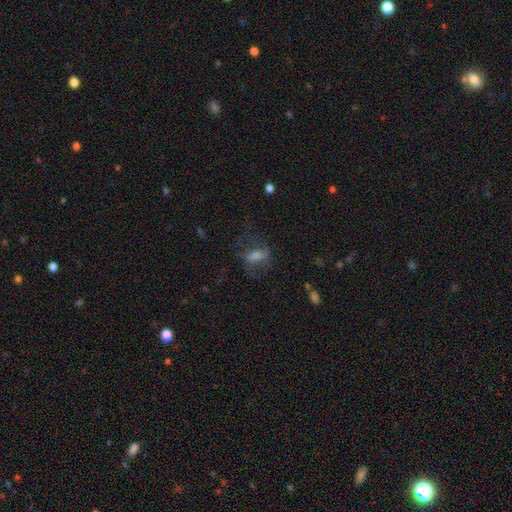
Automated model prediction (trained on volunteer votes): Smooth or featured?
  - smooth: 46% *
  - featured or disk: 37%
  - star or artifact: 18%
Merging?
  - none: 56% *
  - major disturbance: 23%
  - minor disturbance: 19%
  - merger: 2%